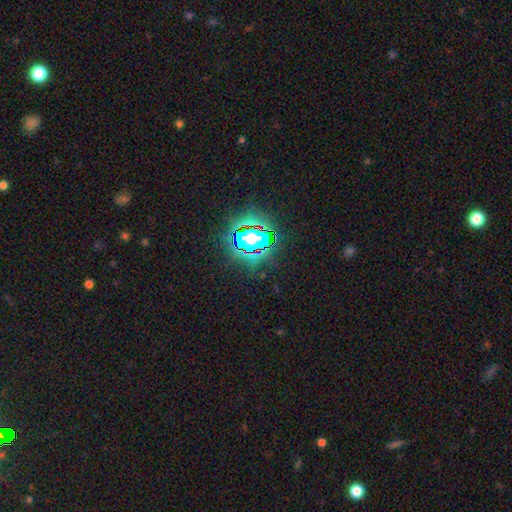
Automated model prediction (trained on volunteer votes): Smooth or featured: star or artifact — 80% (smooth — 12%)